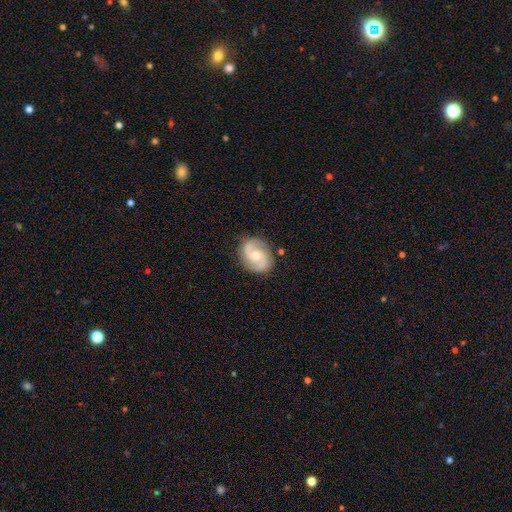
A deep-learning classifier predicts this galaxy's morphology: Smooth or featured?
  - featured or disk: 80% *
  - smooth: 15%
  - star or artifact: 6%
Edge-on disk?
  - no: 98% *
  - yes: 2%
Bar?
  - no: 54% *
  - weak: 39%
  - strong: 7%
Spiral arms?
  - yes: 96% *
  - no: 4%
Spiral winding?
  - medium: 52% *
  - loose: 24%
  - tight: 24%
Spiral arm count?
  - 2: 91% *
  - can't tell: 4%
  - 3: 2%
  - 1: 2%
  - 4: 1%
  - more than 4: 1%
Bulge size?
  - moderate: 61% *
  - small: 33%
  - large: 3%
  - none: 1%
  - dominant: 1%
Merging?
  - none: 83% *
  - minor disturbance: 12%
  - major disturbance: 3%
  - merger: 2%